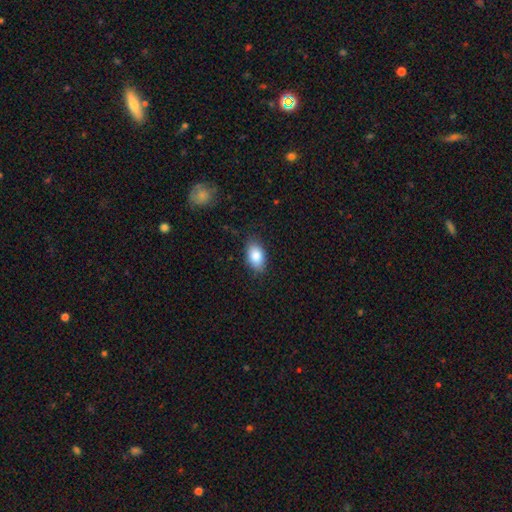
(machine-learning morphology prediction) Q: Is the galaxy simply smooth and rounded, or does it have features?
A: smooth — 85%.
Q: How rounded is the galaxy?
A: in between — 90%.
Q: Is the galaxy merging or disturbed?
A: none — 82%.